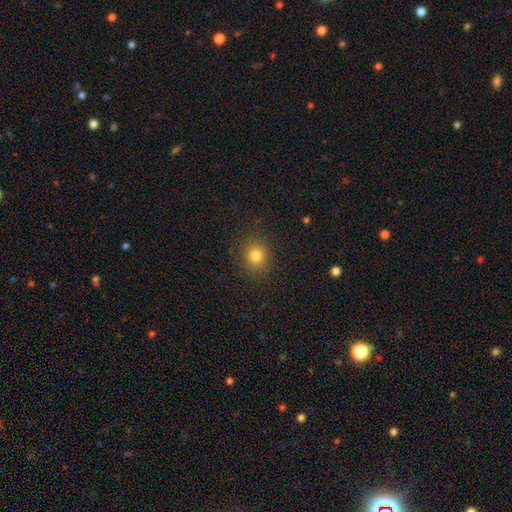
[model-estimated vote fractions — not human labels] smooth 80%, star or artifact 14%, featured or disk 6%. Down the decision tree: how rounded — round (83%); merging — none (89%).